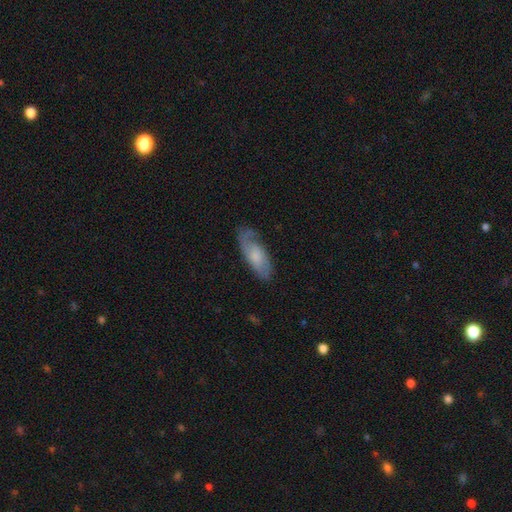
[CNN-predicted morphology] A featured or disk galaxy (49%). Merging: none (69%).